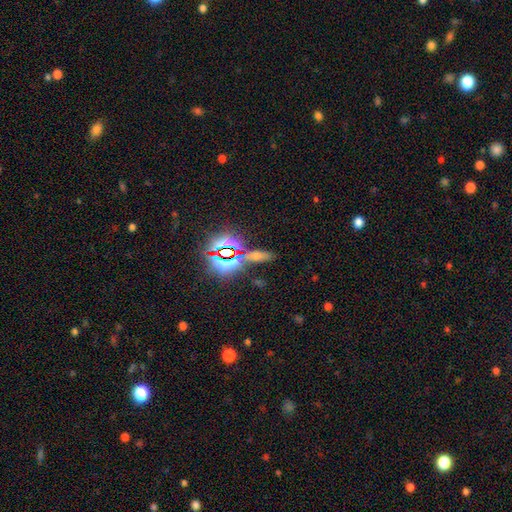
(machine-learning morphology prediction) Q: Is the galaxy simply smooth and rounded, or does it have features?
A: star or artifact — 48%.